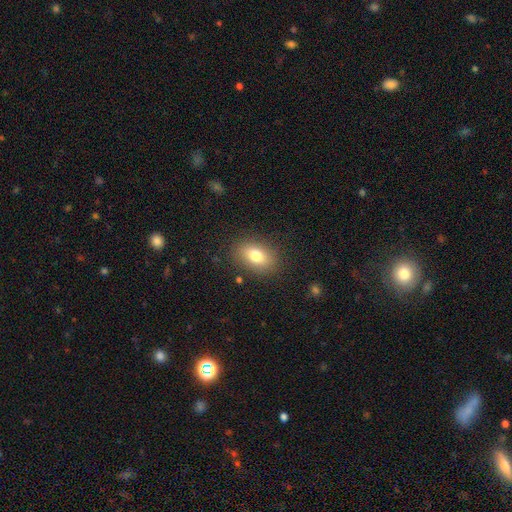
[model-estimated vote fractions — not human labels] A smooth galaxy with no disk features (78%) that is in between round and cigar-shaped (81%).

Vote fractions:
- Smooth or featured? smooth: 78% / featured or disk: 12% / star or artifact: 10%
- How rounded? in between: 81% / round: 17% / cigar-shaped: 2%
- Merging? none: 85% / minor disturbance: 10% / major disturbance: 4% / merger: 1%